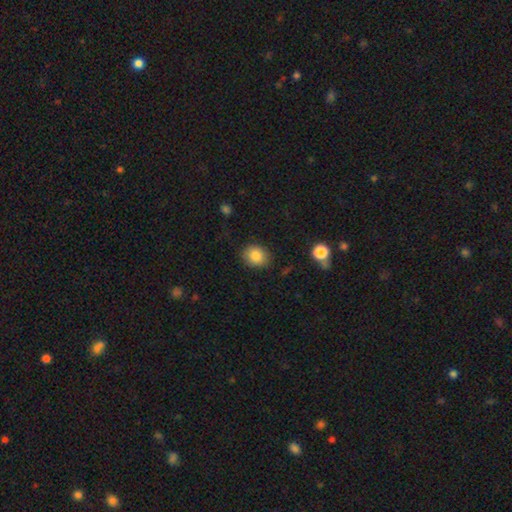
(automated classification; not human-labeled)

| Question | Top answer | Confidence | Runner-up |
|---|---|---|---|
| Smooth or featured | smooth | 84% | star or artifact (9%) |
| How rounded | round | 56% | in between (43%) |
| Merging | none | 85% | minor disturbance (11%) |